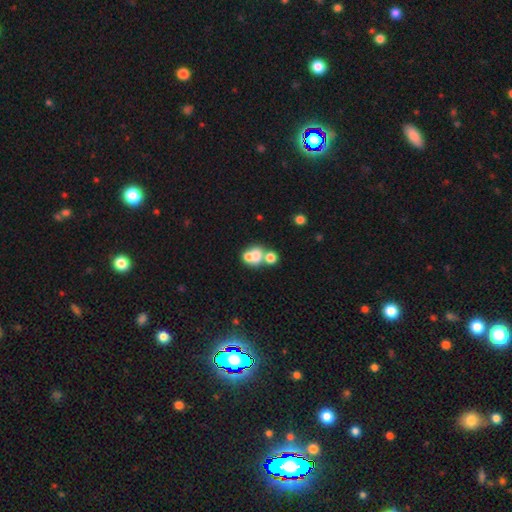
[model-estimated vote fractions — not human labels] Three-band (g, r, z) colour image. It shows a smooth galaxy with no disk features (64%) that is round (61%). Merging: merger (59%).